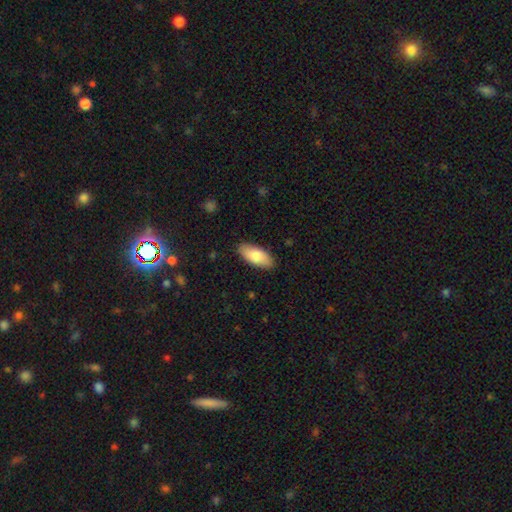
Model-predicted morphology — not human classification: smooth_or_featured: smooth (p=0.82) [alt: featured or disk p=0.12]
how_rounded: in between (p=0.87) [alt: cigar-shaped p=0.11]
merging: none (p=0.88) [alt: minor disturbance p=0.09]